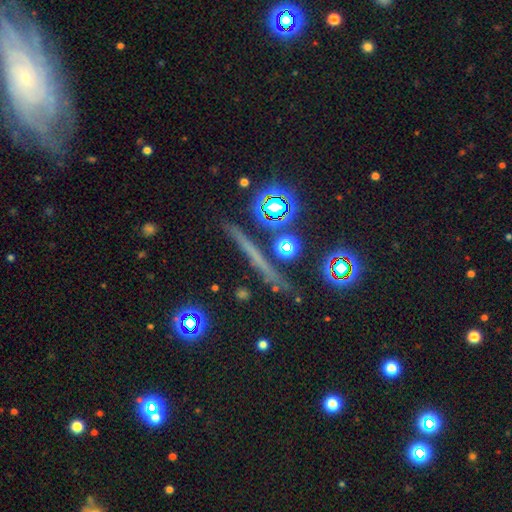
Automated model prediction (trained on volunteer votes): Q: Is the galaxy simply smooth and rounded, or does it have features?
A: star or artifact — 36%.